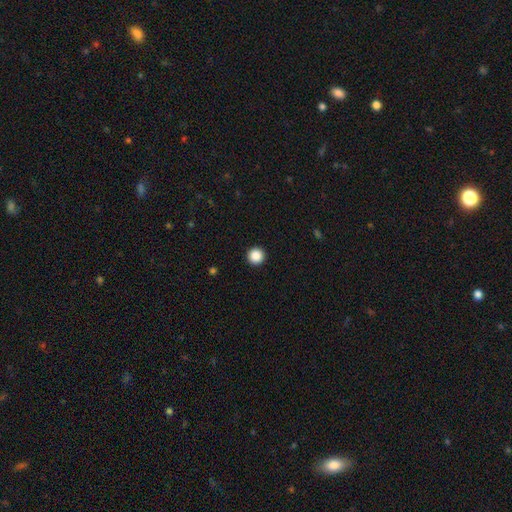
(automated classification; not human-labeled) Smooth or featured? Predicted: smooth (p=0.87). How rounded? Predicted: round (p=0.96). Merging? Predicted: none (p=0.94).